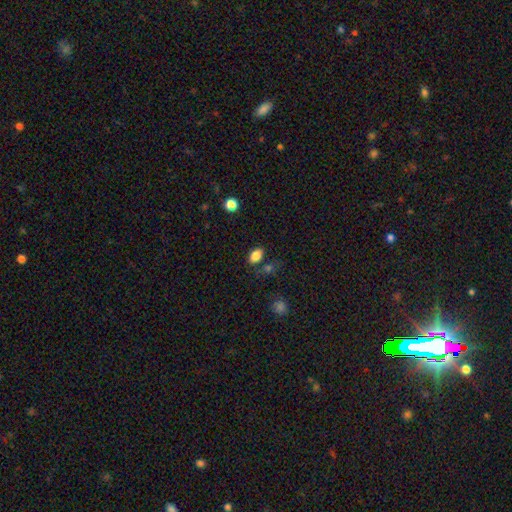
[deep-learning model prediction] Smooth or featured: smooth — 85% (star or artifact — 10%)
How rounded: in between — 85% (round — 13%)
Merging: none — 76% (minor disturbance — 13%)